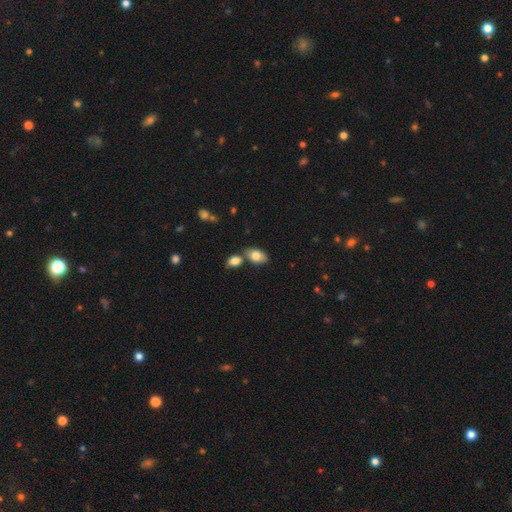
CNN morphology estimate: Smooth or featured? smooth (82%)
How rounded? in between (90%)
Merging? none (55%)